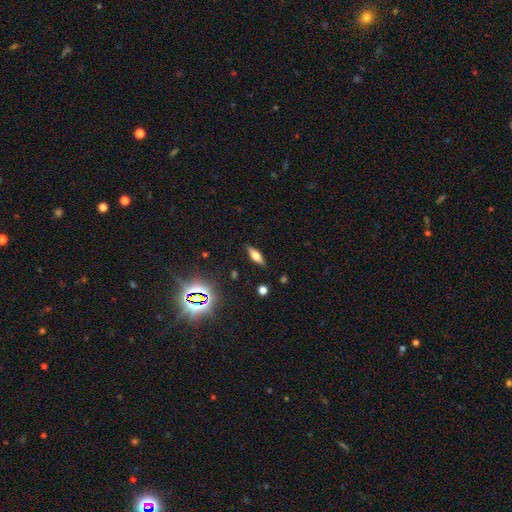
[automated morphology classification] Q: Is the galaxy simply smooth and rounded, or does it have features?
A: smooth — 51%.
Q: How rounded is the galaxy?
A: in between — 54%.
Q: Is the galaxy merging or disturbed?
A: none — 87%.